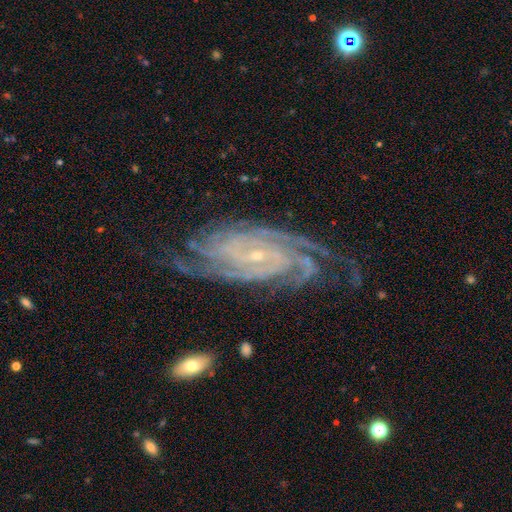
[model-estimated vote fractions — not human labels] smooth-or-featured: featured or disk: 92% | star or artifact: 5% | smooth: 3%
  disk-edge-on: no: 96% | yes: 4%
    bar: no: 54% | weak: 30% | strong: 16%
    has-spiral-arms: yes: 99% | no: 1%
      spiral-winding: tight: 74% | medium: 23% | loose: 3%
      spiral-arm-count: 4: 27% | 3: 21% | 2: 18% | can't tell: 14% | more than 4: 12% | 1: 8%
    bulge-size: small: 86% | moderate: 10% | none: 2% | large: 1% | dominant: 1%
  merging: none: 73% | minor disturbance: 19% | major disturbance: 7% | merger: 2%